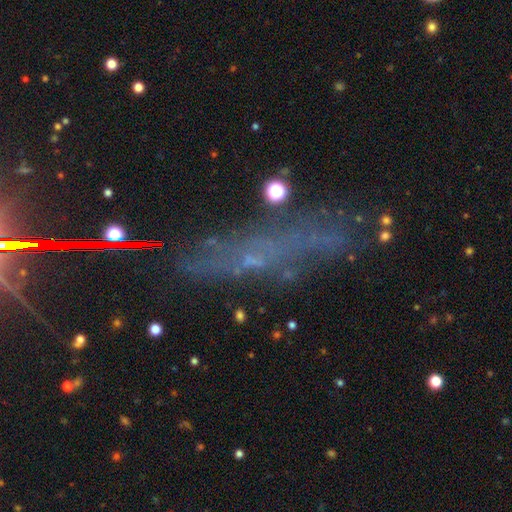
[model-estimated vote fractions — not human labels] Overall: featured or disk (43%; star or artifact 29%). Merging: none (66%).